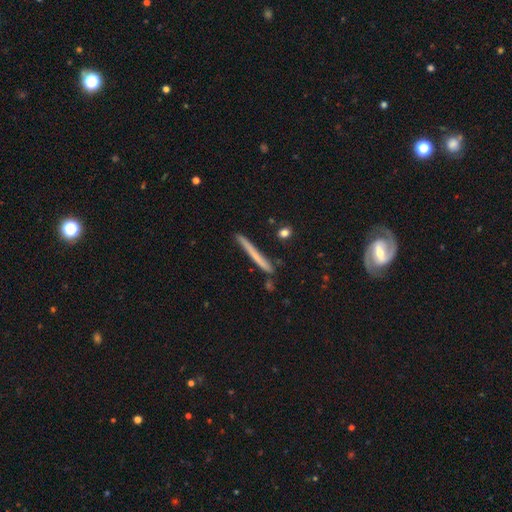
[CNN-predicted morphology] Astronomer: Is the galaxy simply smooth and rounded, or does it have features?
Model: smooth — 56% (runner-up: featured or disk, 38%).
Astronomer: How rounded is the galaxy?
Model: cigar-shaped — 97%.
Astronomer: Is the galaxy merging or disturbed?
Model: none — 83%.